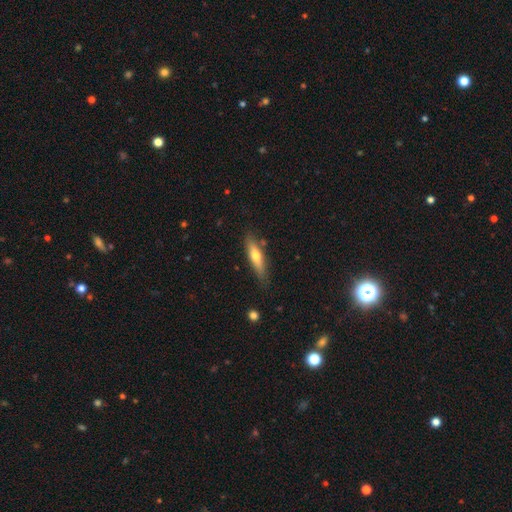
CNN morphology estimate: Smooth or featured? smooth (56%)
How rounded? cigar-shaped (74%)
Merging? none (78%)